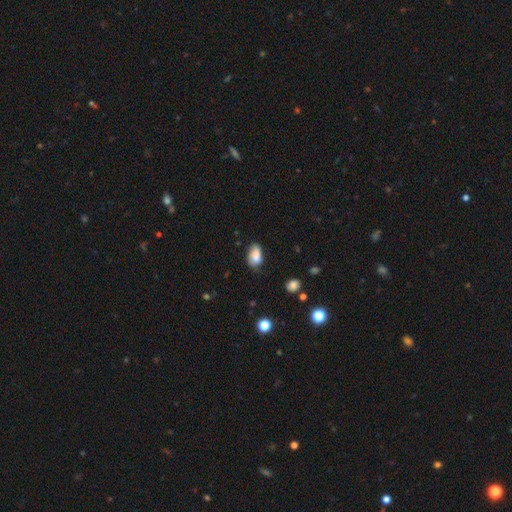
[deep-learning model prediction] Smooth or featured? smooth (83%)
How rounded? in between (91%)
Merging? none (61%)